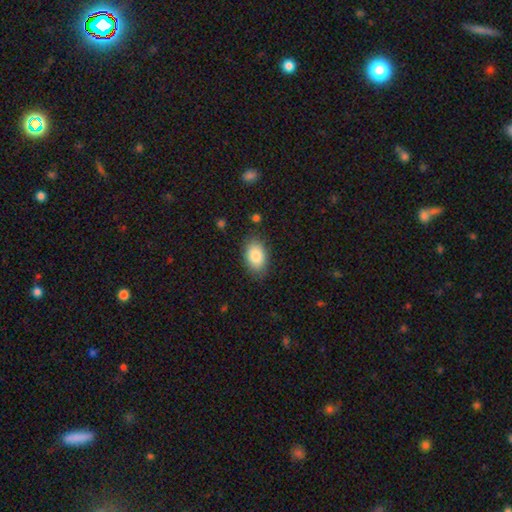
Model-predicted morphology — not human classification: Smooth or featured? Predicted: smooth (p=0.85). How rounded? Predicted: in between (p=0.89). Merging? Predicted: none (p=0.82).